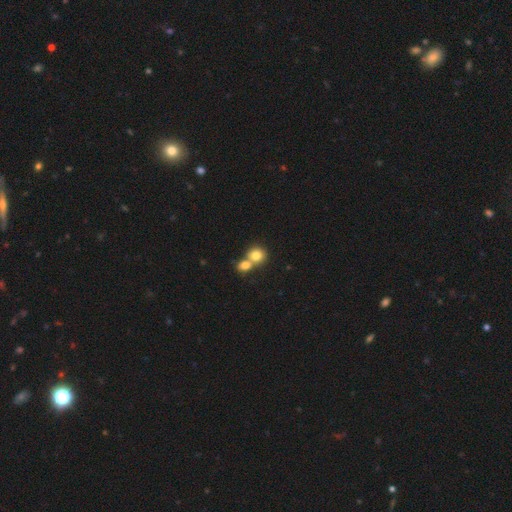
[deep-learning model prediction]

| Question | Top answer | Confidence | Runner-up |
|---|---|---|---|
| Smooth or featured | smooth | 80% | featured or disk (10%) |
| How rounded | round | 78% | in between (21%) |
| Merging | merger | 60% | none (32%) |